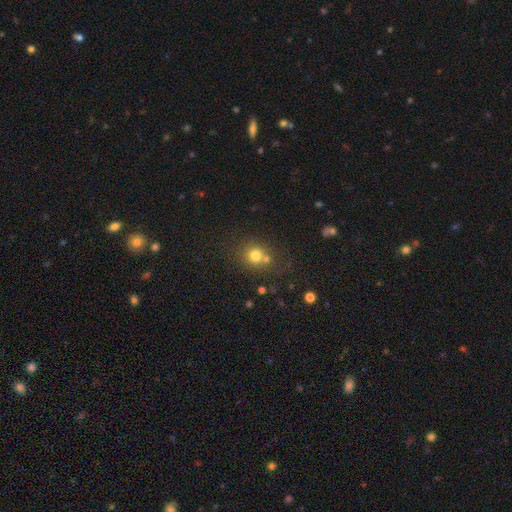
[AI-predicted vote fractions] Q: Smooth or featured?
A: smooth (75%); runner-up: star or artifact (15%)
Q: How rounded?
A: round (85%); runner-up: in between (14%)
Q: Merging?
A: none (61%); runner-up: merger (25%)